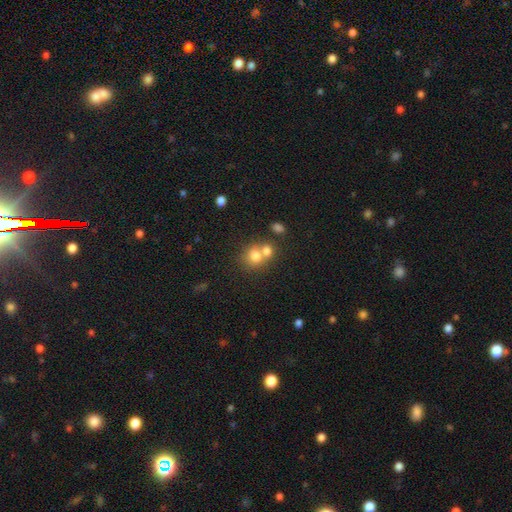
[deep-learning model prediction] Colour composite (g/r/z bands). It shows a smooth galaxy with no disk features (75%) that is round (72%). Merging: merger (52%).